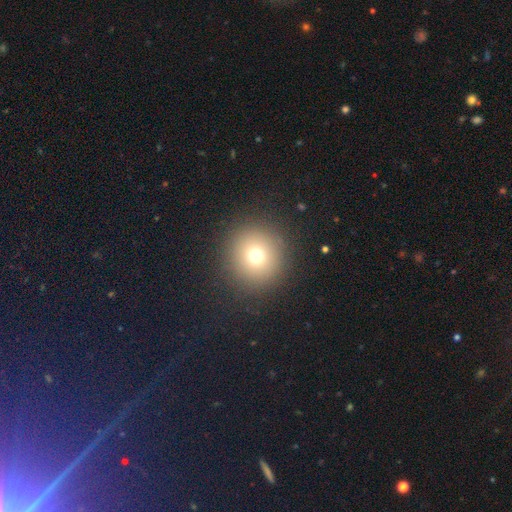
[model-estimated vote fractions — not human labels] Smooth or featured? smooth (72%)
How rounded? round (95%)
Merging? none (90%)